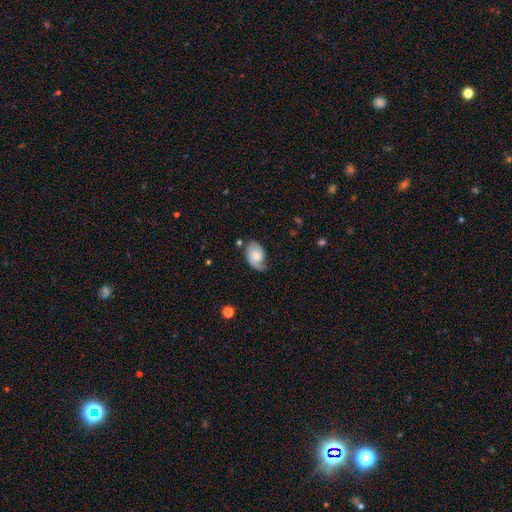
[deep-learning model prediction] Morphology: type=featured or disk (47%); merging=none (48%).